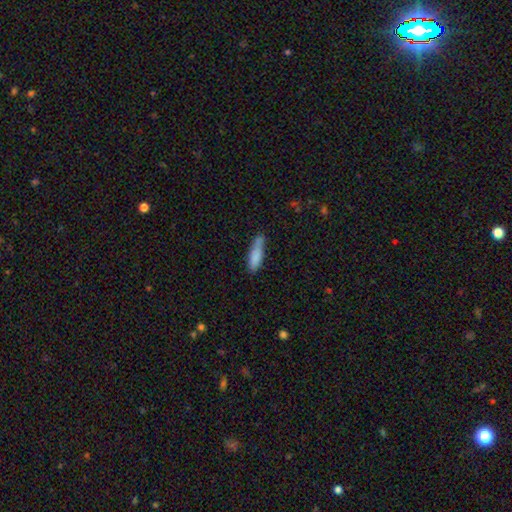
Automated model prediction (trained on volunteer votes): A smooth galaxy with no disk features (83%) that is cigar-shaped (64%). Merging: none (61%).